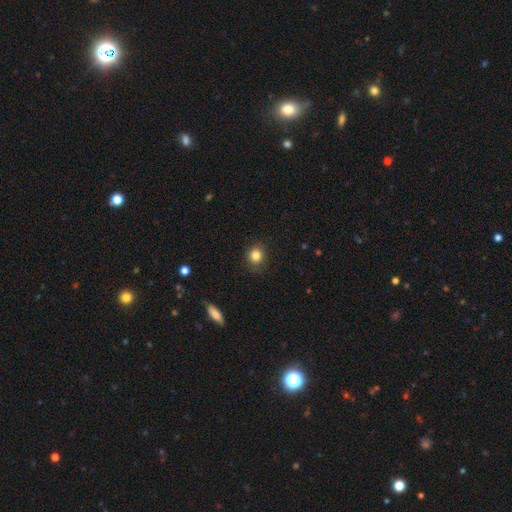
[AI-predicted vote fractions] smooth 82%, star or artifact 11%, featured or disk 6%. Down the decision tree: how rounded — round (83%); merging — none (87%).